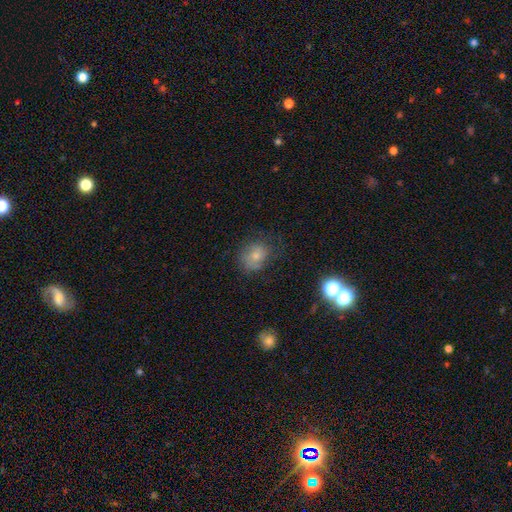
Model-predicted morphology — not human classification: Smooth or featured?
  - smooth: 70% *
  - featured or disk: 18%
  - star or artifact: 12%
How rounded?
  - round: 58% *
  - in between: 41%
  - cigar-shaped: 1%
Merging?
  - none: 59% *
  - minor disturbance: 25%
  - major disturbance: 14%
  - merger: 2%